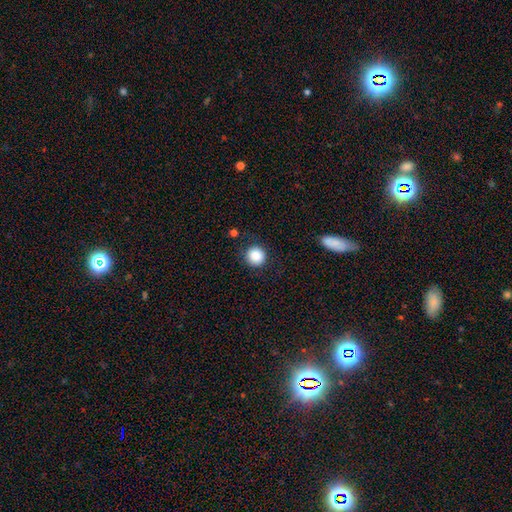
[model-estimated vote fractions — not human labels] The model was most divided on "smooth or featured": smooth: 87%, star or artifact: 9%, featured or disk: 4%. More confident: how rounded — round (94%); merging — none (87%).